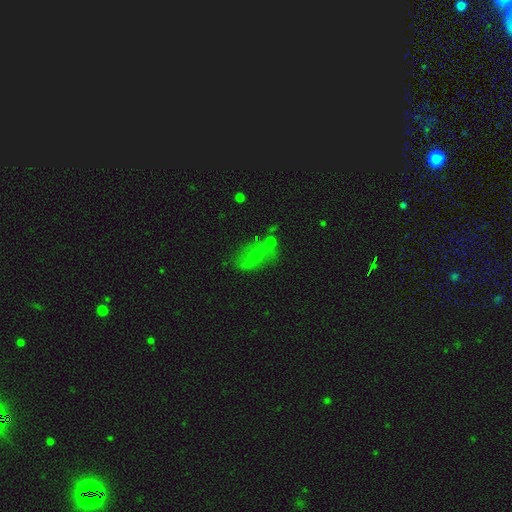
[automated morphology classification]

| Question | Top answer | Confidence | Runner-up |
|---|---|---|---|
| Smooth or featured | smooth | 46% | featured or disk (35%) |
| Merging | none | 50% | minor disturbance (22%) |